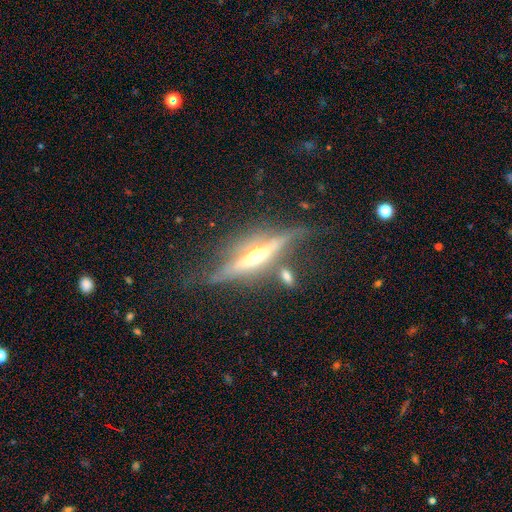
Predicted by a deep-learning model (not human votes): Q: Smooth or featured?
A: featured or disk (82%); runner-up: smooth (12%)
Q: Edge-on disk?
A: yes (93%); runner-up: no (7%)
Q: Edge-on bulge?
A: rounded (85%); runner-up: boxy (7%)
Q: Merging?
A: none (64%); runner-up: minor disturbance (20%)